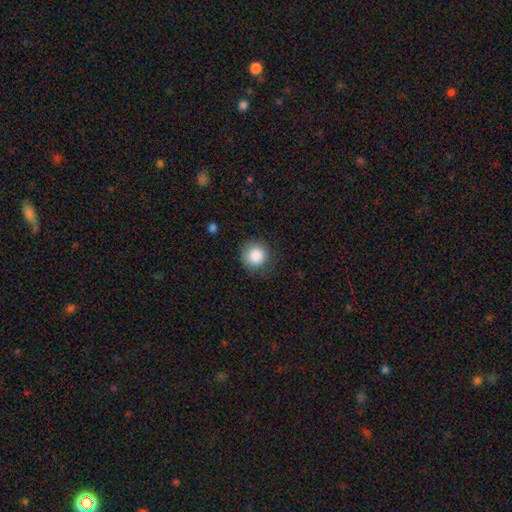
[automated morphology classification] A smooth galaxy with no disk features (87%) that is round (93%). Merging: none (81%).